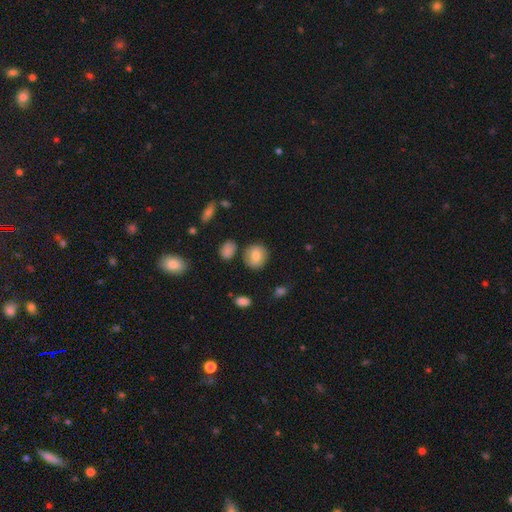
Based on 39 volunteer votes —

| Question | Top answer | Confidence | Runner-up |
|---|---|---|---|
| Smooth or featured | smooth | 82% | star or artifact (10%) |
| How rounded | round | 88% | in between (12%) |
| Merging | none | 86% | minor disturbance (14%) |